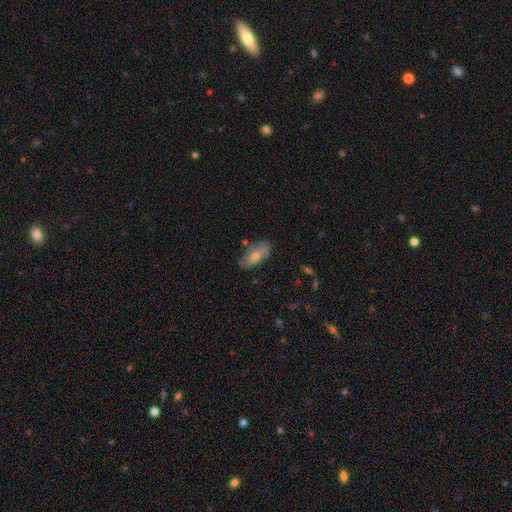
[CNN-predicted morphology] Q: Smooth or featured?
A: smooth (65%); runner-up: featured or disk (28%)
Q: How rounded?
A: in between (87%); runner-up: cigar-shaped (9%)
Q: Merging?
A: none (62%); runner-up: minor disturbance (26%)